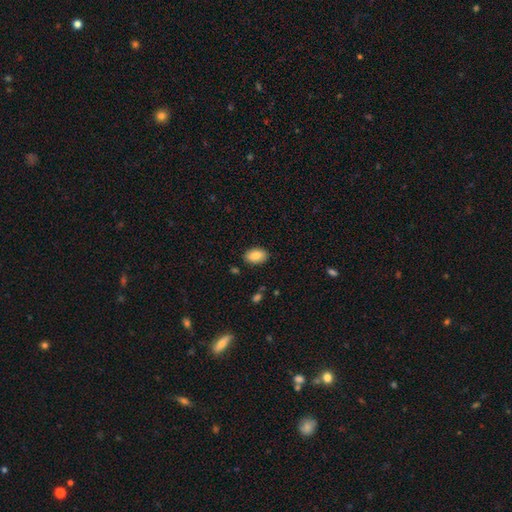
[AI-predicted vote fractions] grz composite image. It shows a smooth galaxy with no disk features (88%) that is in between round and cigar-shaped (91%). Merging: none (87%).